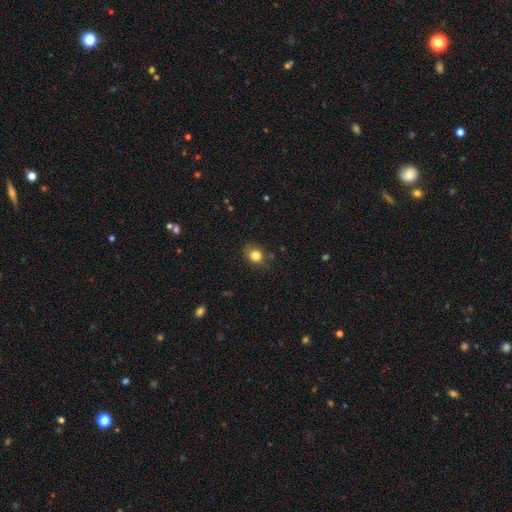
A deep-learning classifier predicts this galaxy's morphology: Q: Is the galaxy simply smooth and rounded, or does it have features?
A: smooth — 82%.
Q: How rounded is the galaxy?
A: round — 60%.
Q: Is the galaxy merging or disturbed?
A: none — 80%.